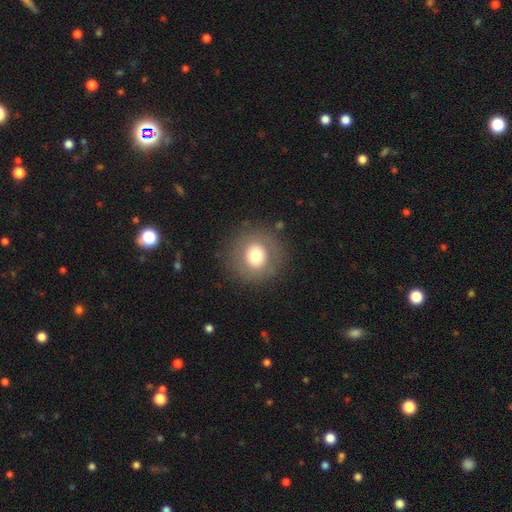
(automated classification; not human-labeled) This is likely a smooth galaxy (69%). How rounded: clearly round (93%). Merging: clearly none (86%).